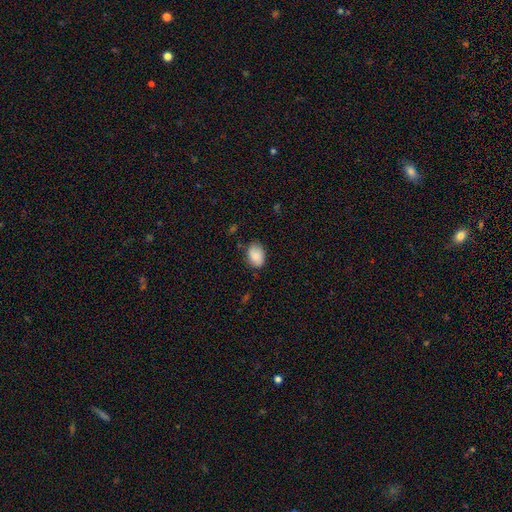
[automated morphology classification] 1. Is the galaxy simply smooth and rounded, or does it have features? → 87% smooth, 7% star or artifact, 6% featured or disk.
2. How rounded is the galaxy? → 82% in between, 17% round, 1% cigar-shaped.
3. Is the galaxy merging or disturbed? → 76% none, 19% minor disturbance, 3% major disturbance, 2% merger.